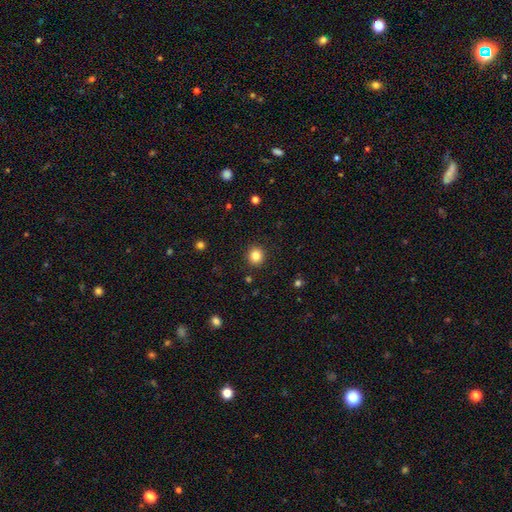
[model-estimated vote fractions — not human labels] smooth 83%, star or artifact 12%, featured or disk 6%. Down the decision tree: how rounded — round (89%); merging — none (92%).